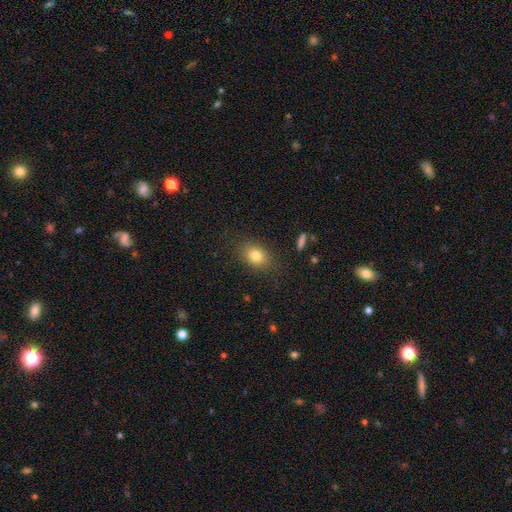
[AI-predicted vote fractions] Morphology: type=smooth (80%); roundness=in between (67%); merging=none (83%).